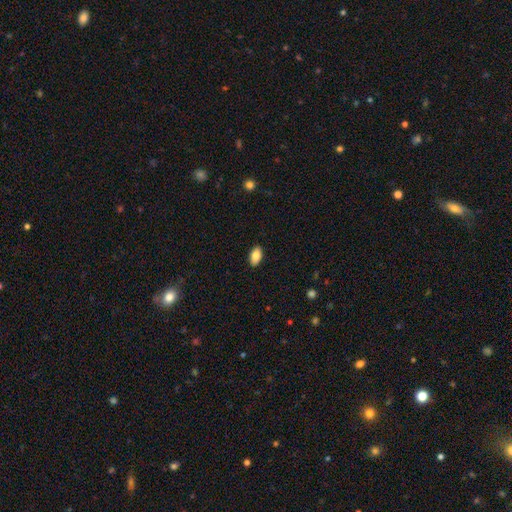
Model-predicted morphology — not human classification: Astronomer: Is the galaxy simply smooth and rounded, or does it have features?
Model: smooth — 85%.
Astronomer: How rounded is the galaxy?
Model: in between — 93%.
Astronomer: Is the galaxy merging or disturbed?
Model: none — 90%.